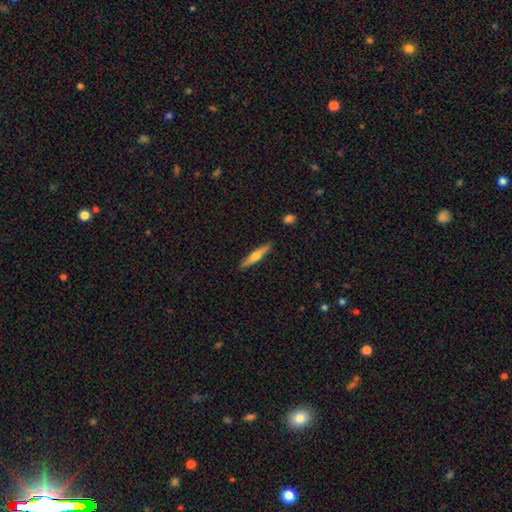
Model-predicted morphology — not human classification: Q: Smooth or featured?
A: featured or disk (56%); runner-up: smooth (38%)
Q: Edge-on disk?
A: yes (97%); runner-up: no (3%)
Q: Edge-on bulge?
A: rounded (91%); runner-up: none (5%)
Q: Merging?
A: none (90%); runner-up: minor disturbance (7%)